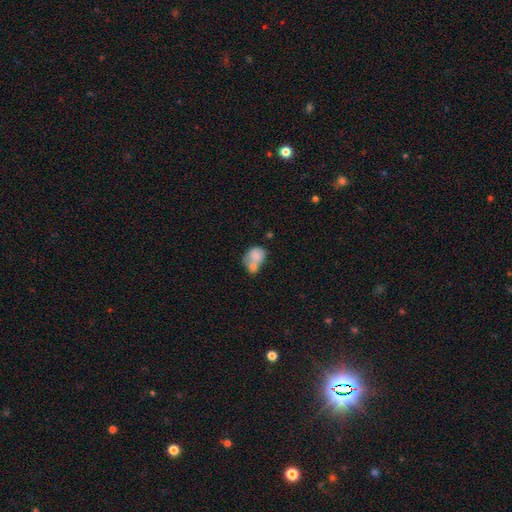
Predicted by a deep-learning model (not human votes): Smooth or featured?
  - smooth: 75% *
  - featured or disk: 18%
  - star or artifact: 8%
How rounded?
  - in between: 50% *
  - round: 49%
  - cigar-shaped: 1%
Merging?
  - merger: 64% *
  - none: 20%
  - minor disturbance: 10%
  - major disturbance: 6%